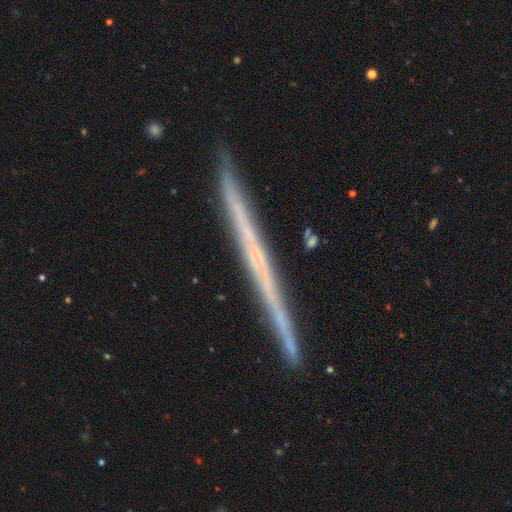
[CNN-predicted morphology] featured or disk 67%, smooth 25%, star or artifact 8%. Down the decision tree: edge-on disk — yes (97%); edge-on bulge — none (91%); merging — none (90%).